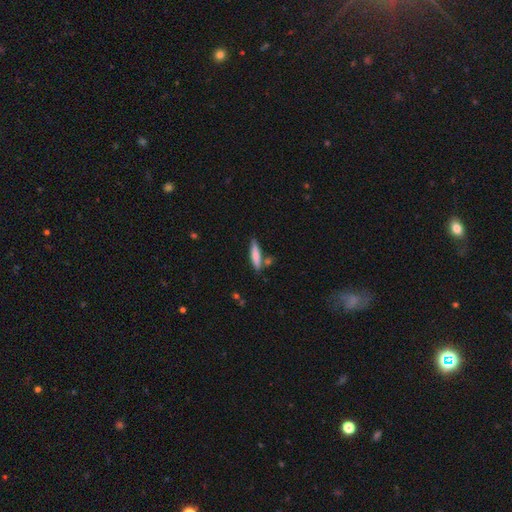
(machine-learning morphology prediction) Smooth or featured? Predicted: smooth (p=0.76). How rounded? Predicted: cigar-shaped (p=0.81). Merging? Predicted: none (p=0.74).